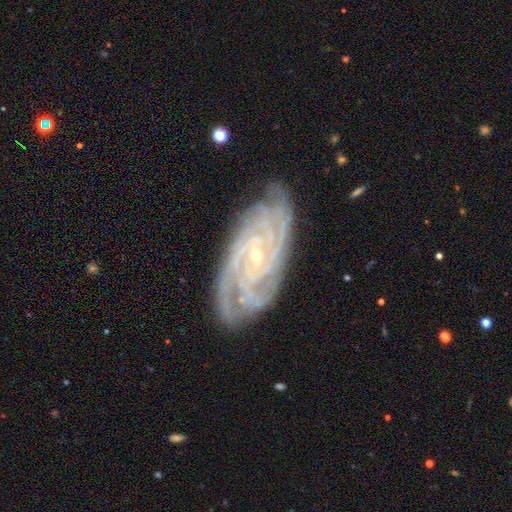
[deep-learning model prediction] A featured or disk galaxy (90%) with no bar (59%), 4 (31%) tight (79%) spiral arms (98%) and a small central bulge (85%).

Vote fractions:
- Smooth or featured? featured or disk: 90% / star or artifact: 6% / smooth: 4%
- Edge-on disk? no: 95% / yes: 5%
- Bar? no: 59% / weak: 29% / strong: 12%
- Spiral arms? yes: 98% / no: 2%
- Spiral winding? tight: 79% / medium: 18% / loose: 3%
- Spiral arm count? 4: 31% / can't tell: 18% / 3: 17% / more than 4: 15% / 2: 11% / 1: 8%
- Bulge size? small: 85% / moderate: 12% / none: 2% / large: 1% / dominant: 1%
- Merging? none: 80% / minor disturbance: 15% / major disturbance: 3% / merger: 1%